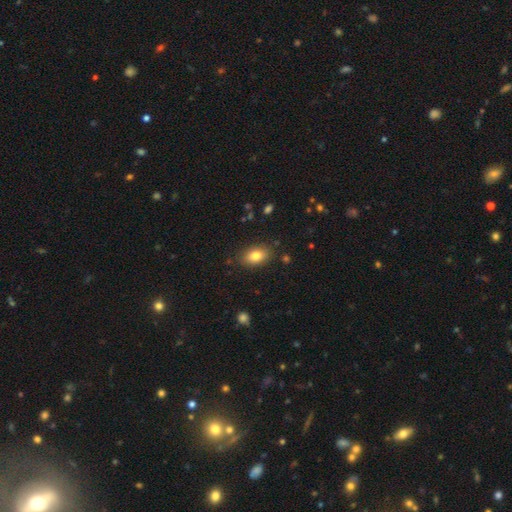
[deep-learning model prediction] smooth-or-featured: smooth: 81% | featured or disk: 11% | star or artifact: 8%
  how-rounded: in between: 87% | round: 11% | cigar-shaped: 2%
  merging: none: 85% | minor disturbance: 11% | major disturbance: 3% | merger: 1%